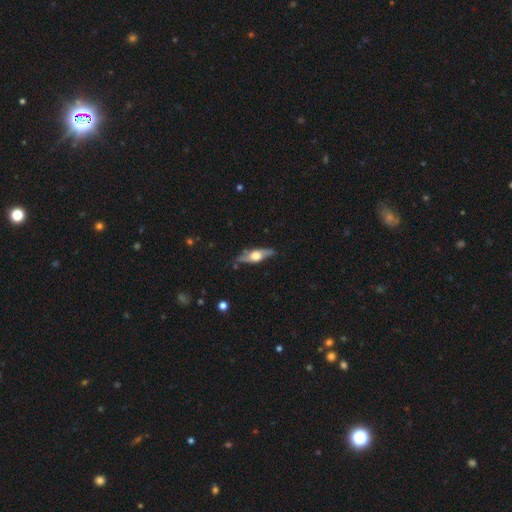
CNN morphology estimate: smooth_or_featured: featured or disk (p=0.66) [alt: smooth p=0.28]
disk_edge_on: yes (p=0.85) [alt: no p=0.15]
edge_on_bulge: rounded (p=0.91) [alt: boxy p=0.07]
merging: none (p=0.80) [alt: minor disturbance p=0.15]